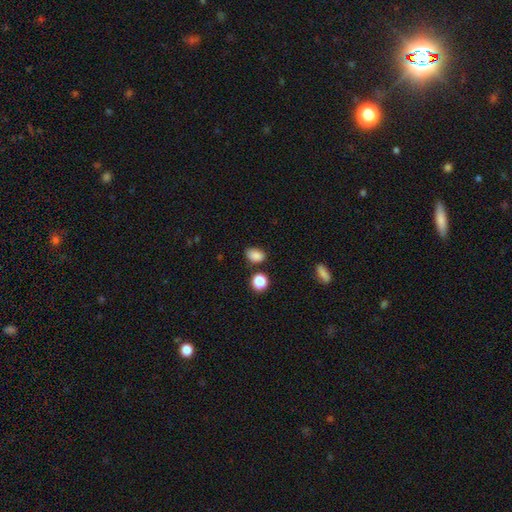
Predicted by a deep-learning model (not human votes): A smooth galaxy with no disk features (85%) that is in between round and cigar-shaped (80%).

Vote fractions:
- Smooth or featured? smooth: 85% / star or artifact: 11% / featured or disk: 4%
- How rounded? in between: 80% / round: 19% / cigar-shaped: 1%
- Merging? none: 75% / minor disturbance: 16% / merger: 5% / major disturbance: 4%